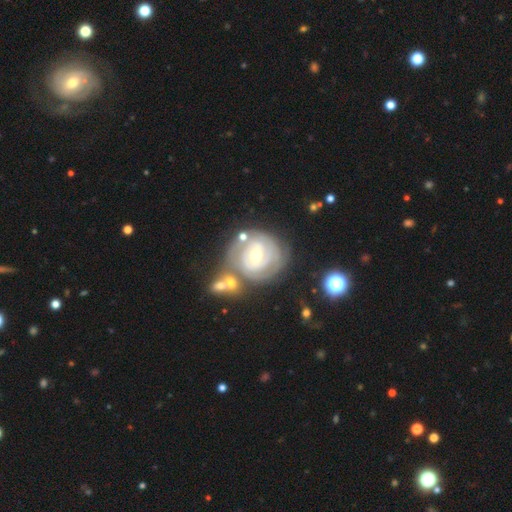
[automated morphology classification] Smooth or featured: featured or disk — 82% (smooth — 13%)
Edge-on disk: no — 97% (yes — 3%)
Bar: weak — 45% (no — 36%)
Spiral arms: yes — 88% (no — 12%)
Spiral winding: tight — 79% (medium — 16%)
Spiral arm count: 2 — 38% (can't tell — 35%)
Bulge size: moderate — 68% (small — 25%)
Merging: none — 60% (merger — 16%)